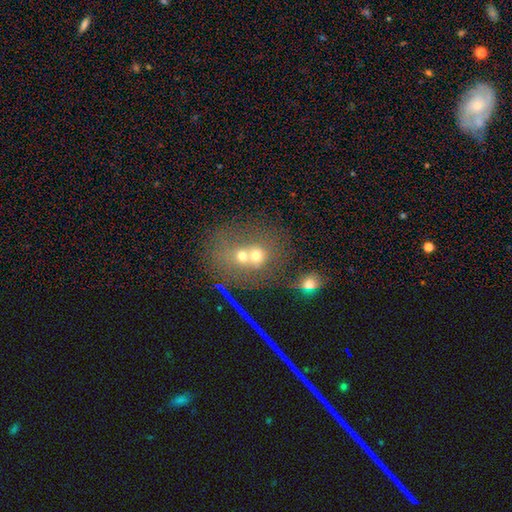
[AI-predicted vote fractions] Smooth or featured? smooth (57%)
How rounded? round (76%)
Merging? merger (60%)